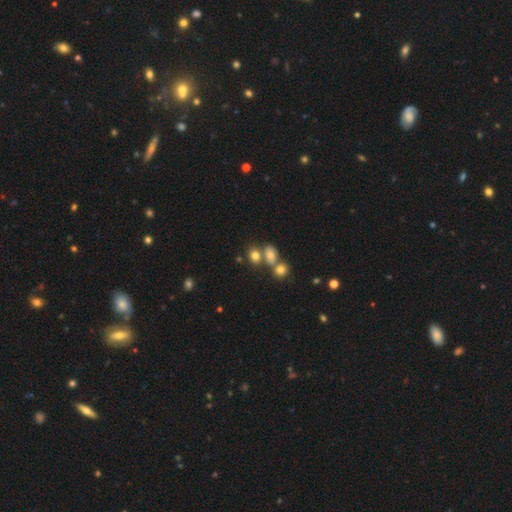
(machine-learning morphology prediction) The model was most divided on "how rounded": round: 50%, in between: 49%, cigar-shaped: 2%. Remaining: smooth or featured — smooth (72%); merging — none (47%).